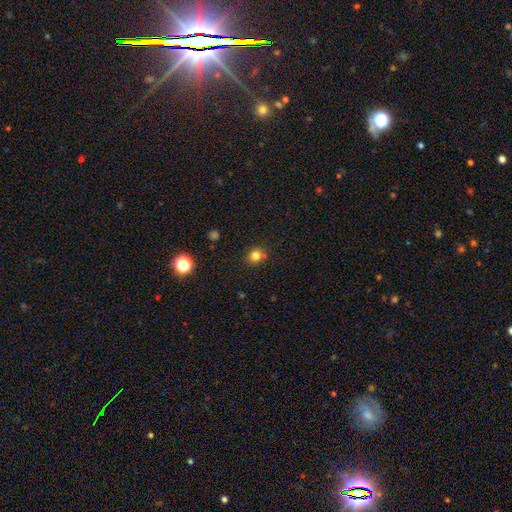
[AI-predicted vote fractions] Overall: smooth (81%). How rounded: round (84%). Merging: none (86%).